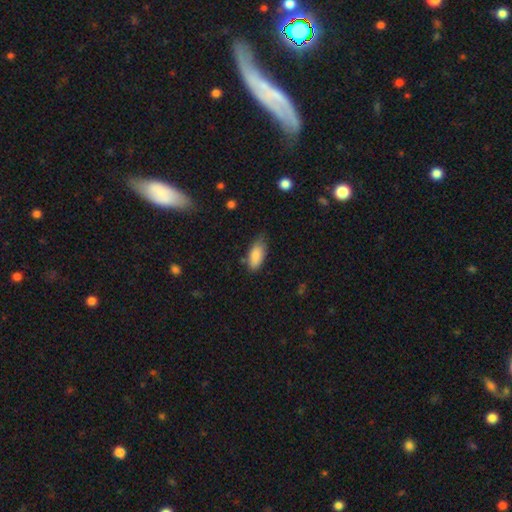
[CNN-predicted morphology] smooth-or-featured: smooth: 87% | star or artifact: 7% | featured or disk: 6%
  how-rounded: in between: 89% | cigar-shaped: 9% | round: 2%
  merging: none: 62% | minor disturbance: 30% | major disturbance: 5% | merger: 2%